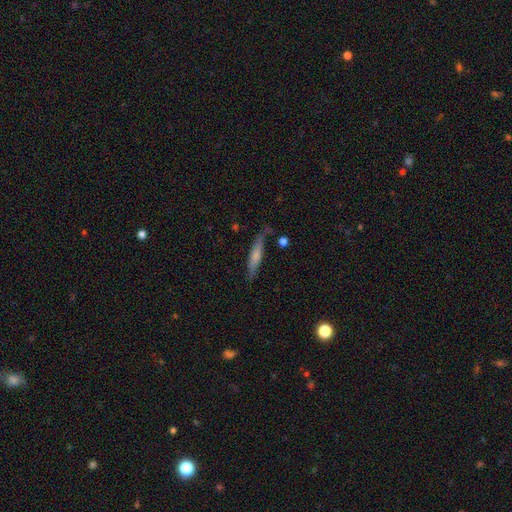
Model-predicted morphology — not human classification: Smooth or featured? smooth (59%)
How rounded? cigar-shaped (86%)
Merging? none (71%)